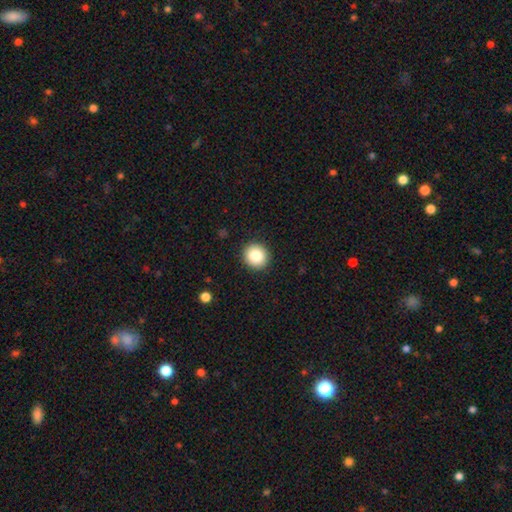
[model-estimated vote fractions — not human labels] A smooth galaxy with no disk features (84%) that is round (91%).

Vote fractions:
- Smooth or featured? smooth: 84% / star or artifact: 9% / featured or disk: 7%
- How rounded? round: 91% / in between: 8% / cigar-shaped: 1%
- Merging? none: 92% / minor disturbance: 6% / major disturbance: 2% / merger: 1%